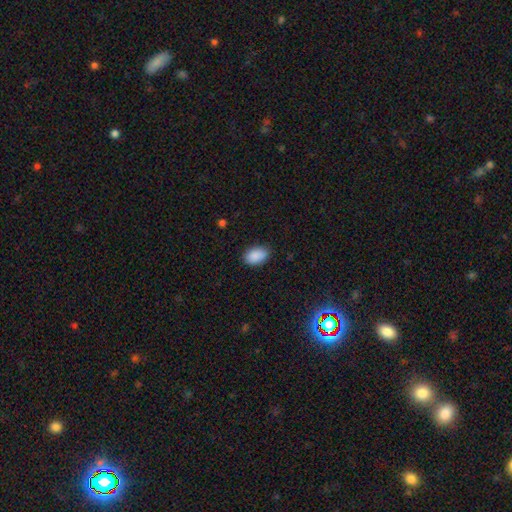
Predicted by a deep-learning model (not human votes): A smooth galaxy with no disk features (89%) that is in between round and cigar-shaped (89%).

Vote fractions:
- Smooth or featured? smooth: 89% / star or artifact: 8% / featured or disk: 4%
- How rounded? in between: 89% / round: 10% / cigar-shaped: 1%
- Merging? none: 82% / minor disturbance: 14% / major disturbance: 3% / merger: 1%